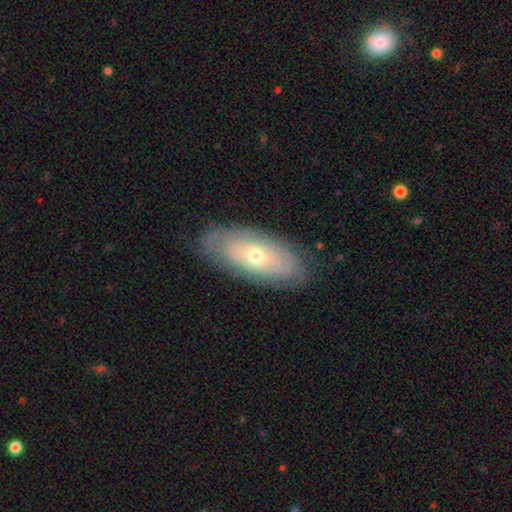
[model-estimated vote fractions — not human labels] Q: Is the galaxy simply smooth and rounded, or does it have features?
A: featured or disk — 49%.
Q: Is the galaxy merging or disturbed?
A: none — 79%.